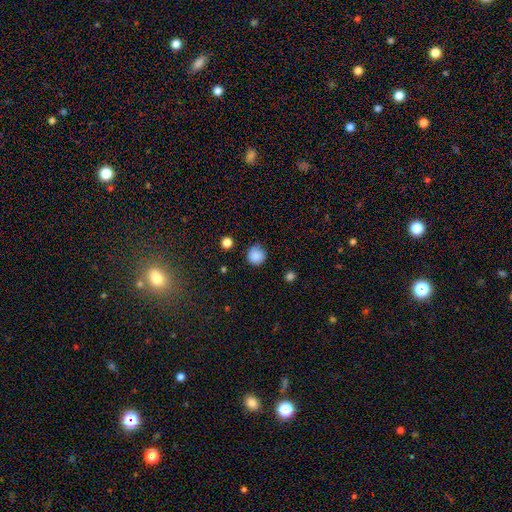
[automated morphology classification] Smooth or featured? smooth (86%)
How rounded? round (93%)
Merging? none (80%)